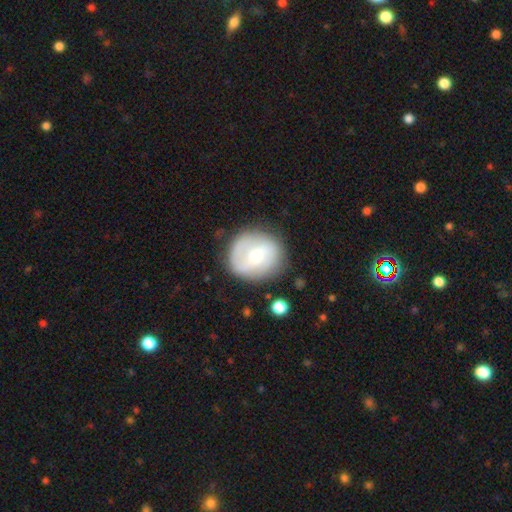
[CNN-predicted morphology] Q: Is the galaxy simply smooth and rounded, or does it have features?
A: featured or disk — 53%.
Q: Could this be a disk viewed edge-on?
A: no — 97%.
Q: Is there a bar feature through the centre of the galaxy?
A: no — 46%.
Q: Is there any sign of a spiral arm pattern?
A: yes — 73%.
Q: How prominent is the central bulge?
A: moderate — 48%.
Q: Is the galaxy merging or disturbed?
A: none — 77%.